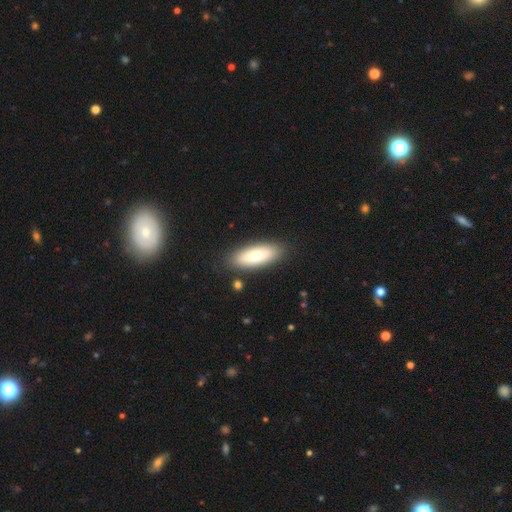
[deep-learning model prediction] Overall: smooth (78%). How rounded: in between (72%). Merging: none (86%).